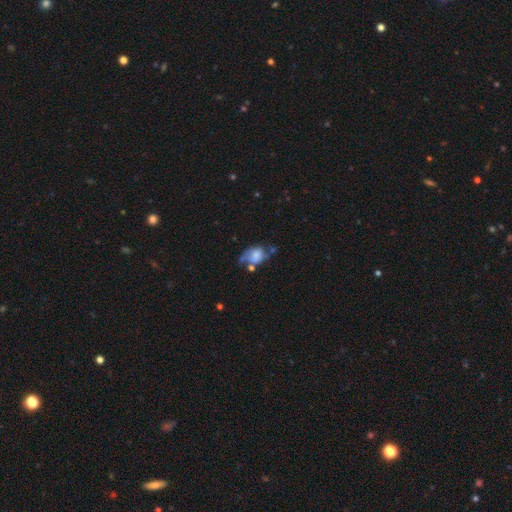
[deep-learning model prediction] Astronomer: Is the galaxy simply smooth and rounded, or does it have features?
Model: smooth — 46% (runner-up: featured or disk, 44%).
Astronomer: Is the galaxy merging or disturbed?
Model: none — 30% (runner-up: major disturbance, 27%).